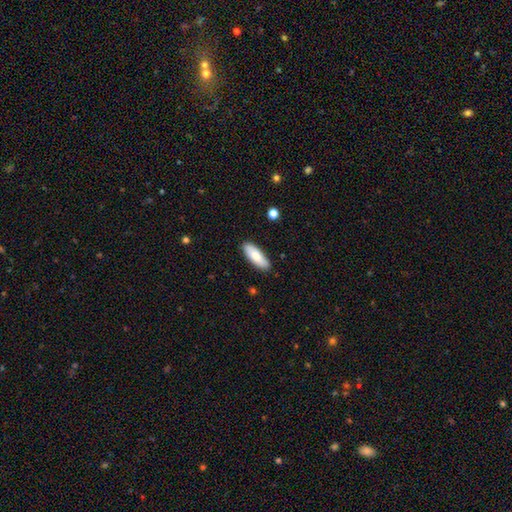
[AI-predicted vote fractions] The model was most divided on "how rounded": in between: 69%, cigar-shaped: 29%, round: 2%. More confident: merging — none (88%); smooth or featured — smooth (79%).